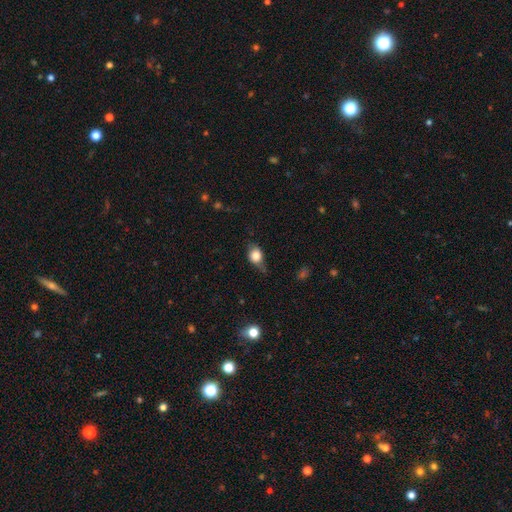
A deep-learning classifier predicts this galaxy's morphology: smooth_or_featured: smooth (p=0.74) [alt: featured or disk p=0.17]
how_rounded: in between (p=0.57) [alt: round p=0.40]
merging: none (p=0.49) [alt: minor disturbance p=0.35]